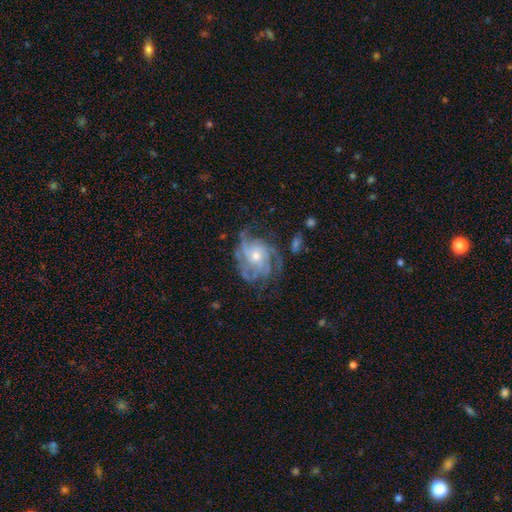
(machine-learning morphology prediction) Q: Smooth or featured?
A: featured or disk (86%); runner-up: smooth (8%)
Q: Edge-on disk?
A: no (97%); runner-up: yes (3%)
Q: Bar?
A: no (76%); runner-up: weak (20%)
Q: Spiral arms?
A: yes (95%); runner-up: no (5%)
Q: Spiral winding?
A: tight (51%); runner-up: medium (36%)
Q: Spiral arm count?
A: can't tell (27%); runner-up: 4 (24%)
Q: Bulge size?
A: small (48%); runner-up: moderate (47%)
Q: Merging?
A: none (61%); runner-up: minor disturbance (21%)